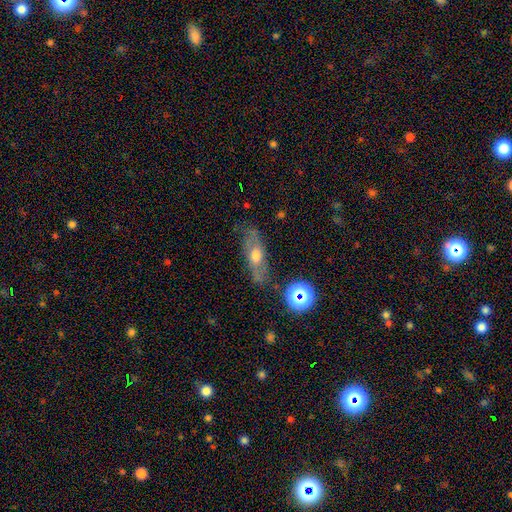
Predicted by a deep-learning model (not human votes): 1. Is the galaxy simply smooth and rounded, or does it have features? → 47% featured or disk, 41% smooth, 12% star or artifact.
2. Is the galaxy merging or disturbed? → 70% none, 20% minor disturbance, 7% major disturbance, 3% merger.